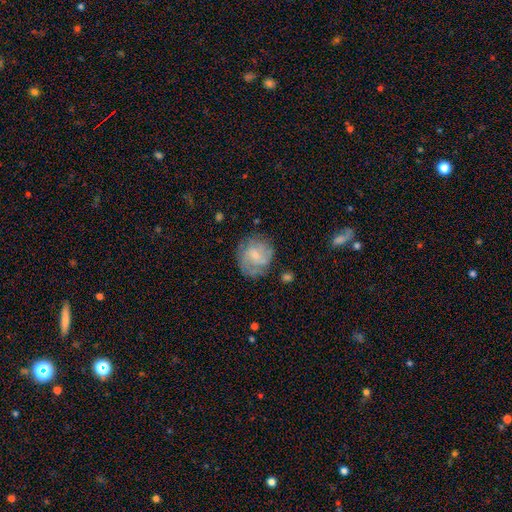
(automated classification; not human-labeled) Overall: featured or disk (49%; smooth 43%). Merging: none (66%).